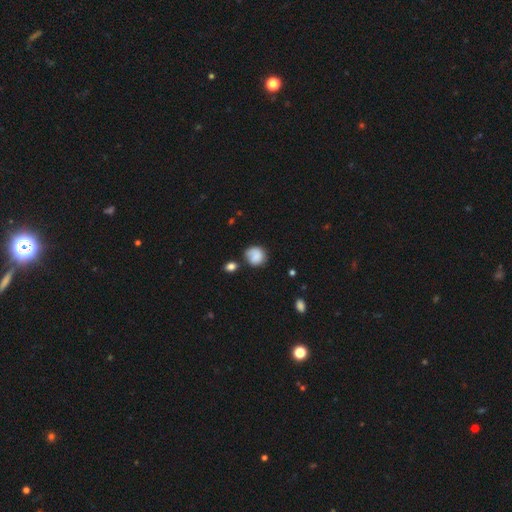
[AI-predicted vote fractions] The model was most divided on "merging": none: 54%, minor disturbance: 25%, merger: 10%, major disturbance: 10%. More confident: how rounded — round (80%); smooth or featured — smooth (76%).